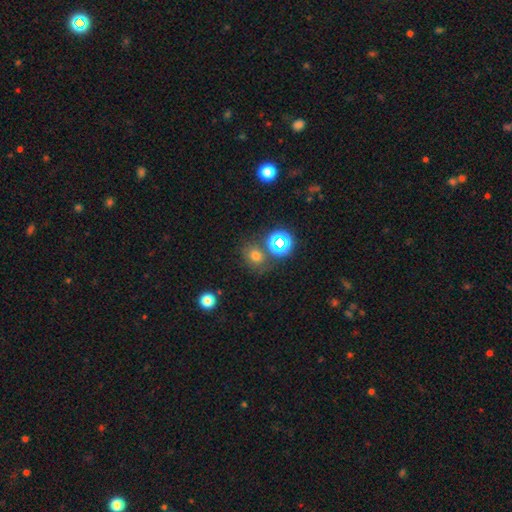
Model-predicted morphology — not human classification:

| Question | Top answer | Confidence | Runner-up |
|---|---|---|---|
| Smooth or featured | smooth | 64% | star or artifact (27%) |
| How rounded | round | 67% | in between (32%) |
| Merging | none | 71% | minor disturbance (12%) |